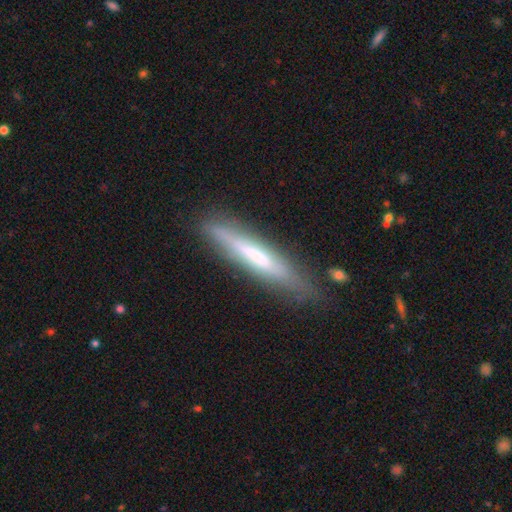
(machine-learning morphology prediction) Smooth or featured? Predicted: featured or disk (p=0.47). Merging? Predicted: none (p=0.79).